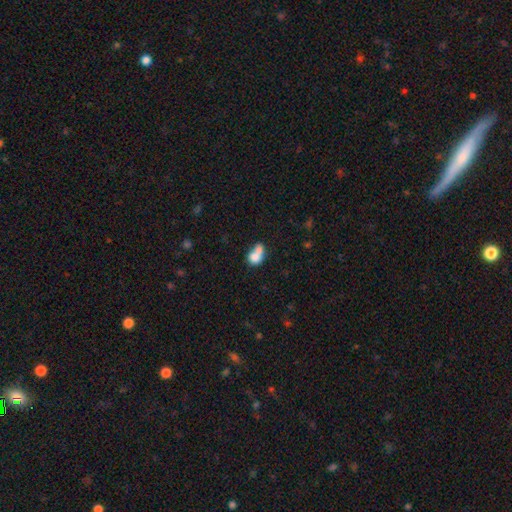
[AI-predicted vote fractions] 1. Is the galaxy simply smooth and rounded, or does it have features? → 74% smooth, 17% featured or disk, 9% star or artifact.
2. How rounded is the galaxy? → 50% round, 49% in between, 1% cigar-shaped.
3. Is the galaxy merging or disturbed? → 66% merger, 21% none, 8% minor disturbance, 5% major disturbance.